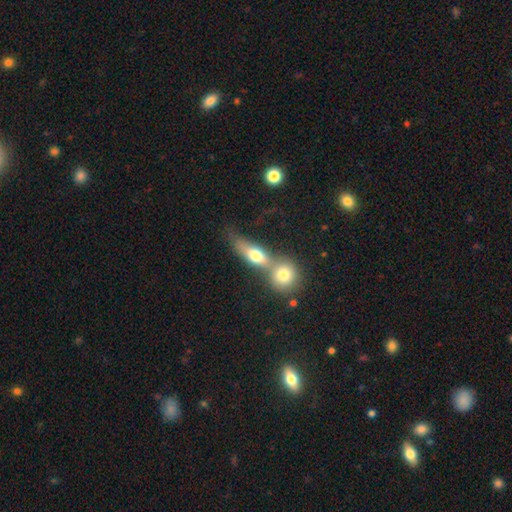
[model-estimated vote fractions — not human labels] Morphology: type=smooth (66%); roundness=in between (57%); merging=merger (57%).